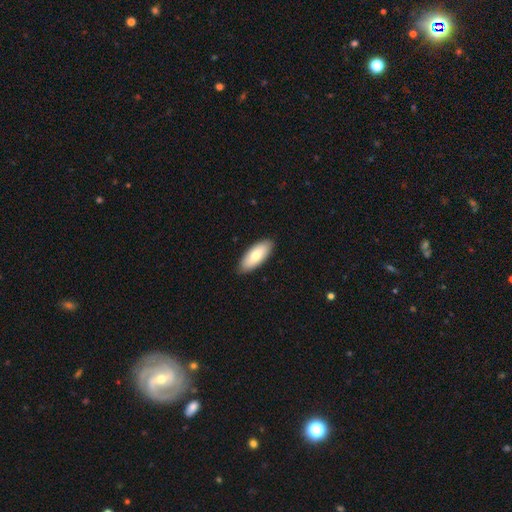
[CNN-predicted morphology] smooth-or-featured: smooth: 75% | featured or disk: 20% | star or artifact: 5%
  how-rounded: in between: 84% | cigar-shaped: 14% | round: 2%
  merging: none: 89% | minor disturbance: 9% | major disturbance: 2% | merger: 1%